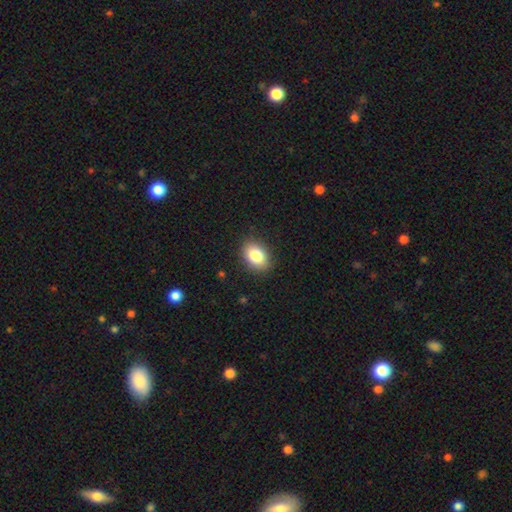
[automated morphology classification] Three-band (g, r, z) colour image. It shows a smooth galaxy with no disk features (84%) that is in between round and cigar-shaped (81%). Merging: none (87%).